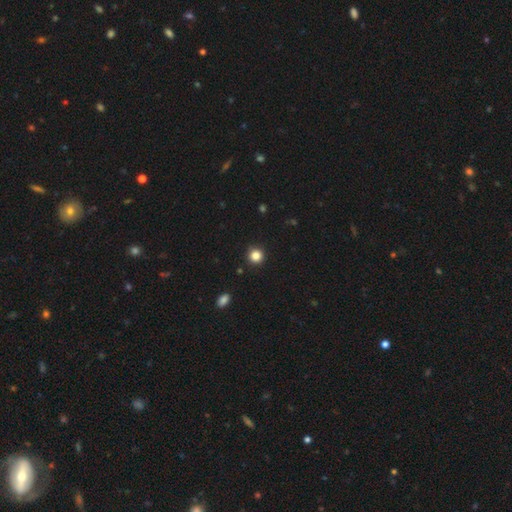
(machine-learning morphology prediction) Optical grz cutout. It shows a smooth galaxy with no disk features (85%) that is round (95%). Merging: none (92%).